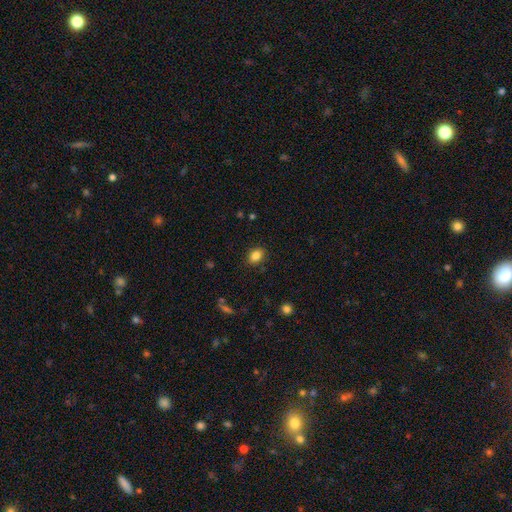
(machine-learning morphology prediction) This appears to be a smooth galaxy with no disk features (85%) that is in between round and cigar-shaped (70%). Merging: none (86%).